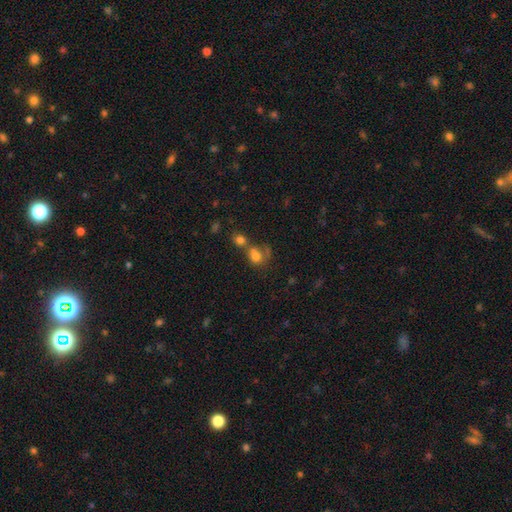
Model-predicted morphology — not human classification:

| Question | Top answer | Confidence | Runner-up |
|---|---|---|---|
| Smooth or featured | smooth | 73% | featured or disk (14%) |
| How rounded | round | 63% | in between (35%) |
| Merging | merger | 54% | none (26%) |